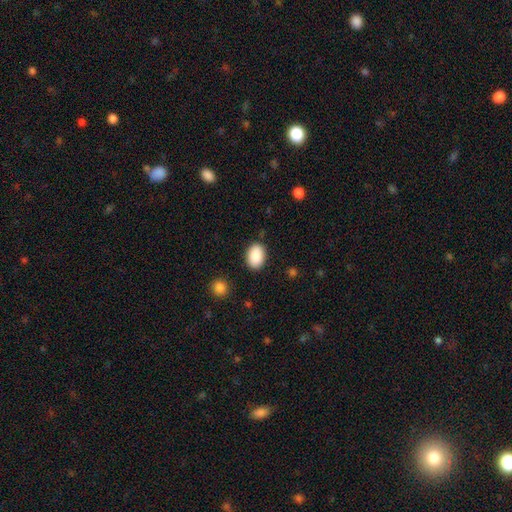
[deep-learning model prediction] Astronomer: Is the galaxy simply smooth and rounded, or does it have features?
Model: smooth — 90%.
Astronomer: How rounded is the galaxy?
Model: in between — 83%.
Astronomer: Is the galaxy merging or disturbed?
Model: none — 87%.